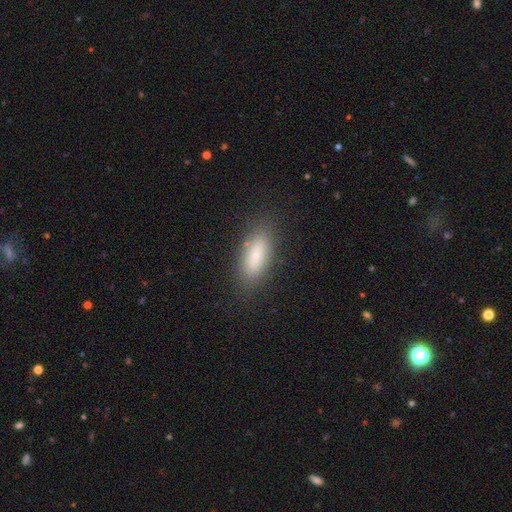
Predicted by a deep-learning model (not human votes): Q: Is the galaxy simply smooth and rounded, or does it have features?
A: smooth — 80%.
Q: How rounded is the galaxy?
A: in between — 72%.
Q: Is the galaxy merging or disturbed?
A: none — 84%.